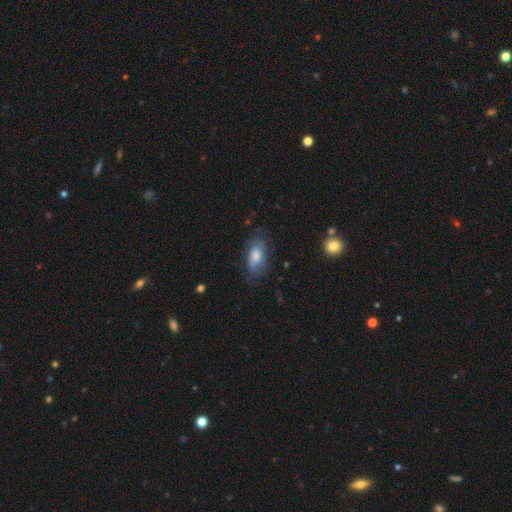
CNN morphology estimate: Smooth or featured? Predicted: smooth (p=0.67). How rounded? Predicted: in between (p=0.88). Merging? Predicted: none (p=0.69).